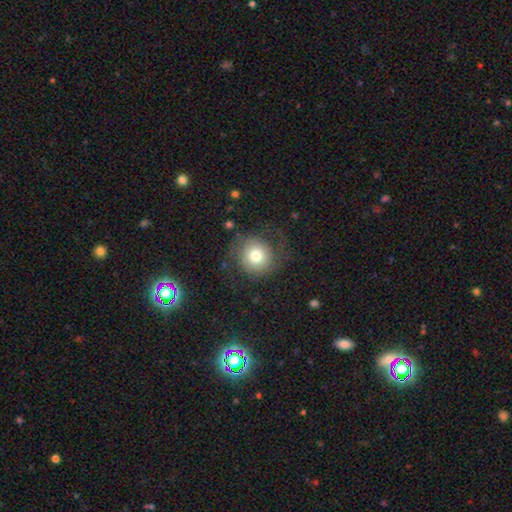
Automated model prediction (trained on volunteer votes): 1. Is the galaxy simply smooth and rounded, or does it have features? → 51% smooth, 40% featured or disk, 9% star or artifact.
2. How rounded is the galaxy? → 90% round, 9% in between, 1% cigar-shaped.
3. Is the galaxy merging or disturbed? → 67% none, 17% major disturbance, 15% minor disturbance, 2% merger.